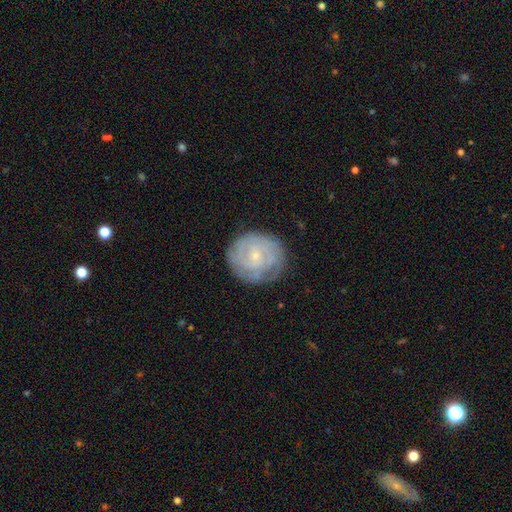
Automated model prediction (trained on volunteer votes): This appears to be a featured or disk galaxy (75%) with no bar (74%), tight (77%) spiral arms (92%) and a small central bulge (81%). Merging: none (78%).